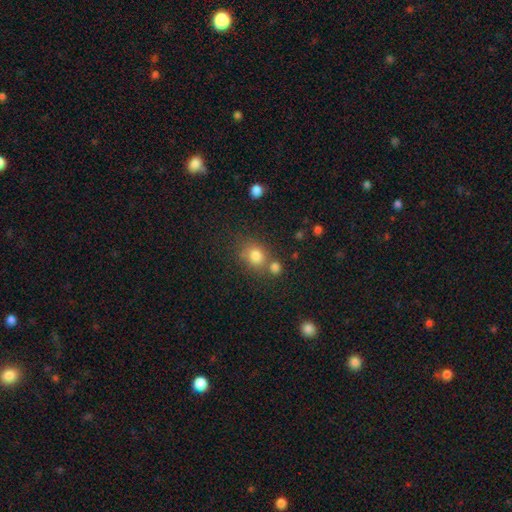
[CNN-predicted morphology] Smooth or featured? smooth (79%)
How rounded? round (67%)
Merging? none (57%)